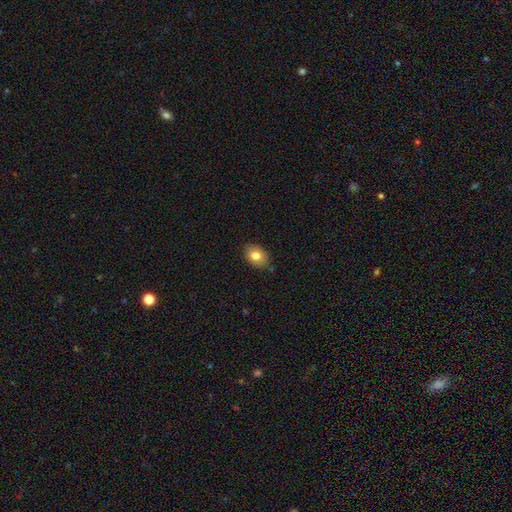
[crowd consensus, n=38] smooth 82%, featured or disk 11%, star or artifact 8%. Down the decision tree: how rounded — in between (68%); merging — none (83%).